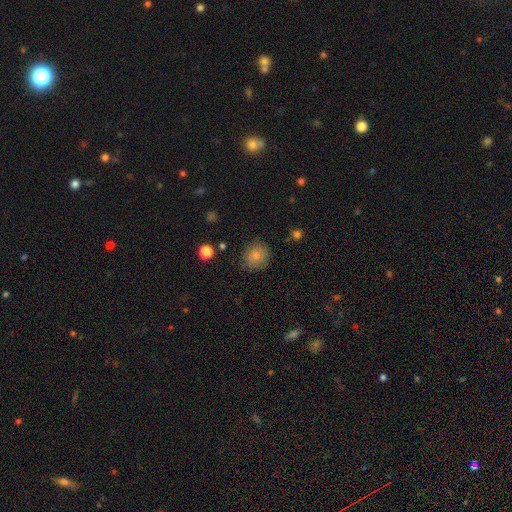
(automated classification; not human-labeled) A smooth galaxy with no disk features (83%) that is round (81%). Merging: none (81%).